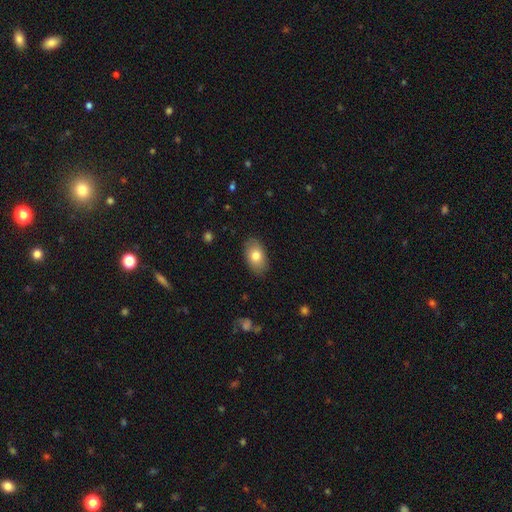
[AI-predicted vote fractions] Smooth or featured? Predicted: smooth (p=0.79). How rounded? Predicted: in between (p=0.91). Merging? Predicted: none (p=0.86).